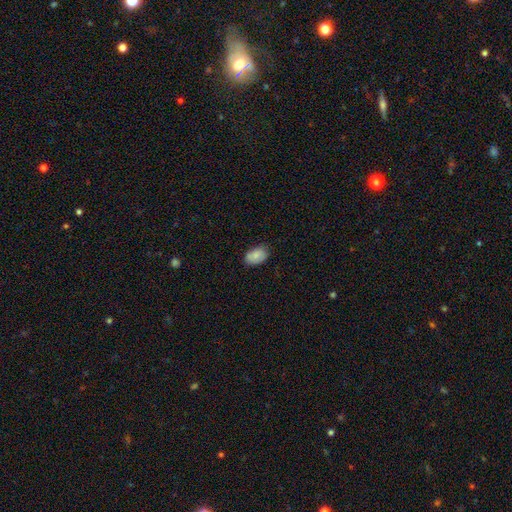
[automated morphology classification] This appears to be a smooth galaxy with no disk features (83%) that is in between round and cigar-shaped (91%). Merging: none (79%).